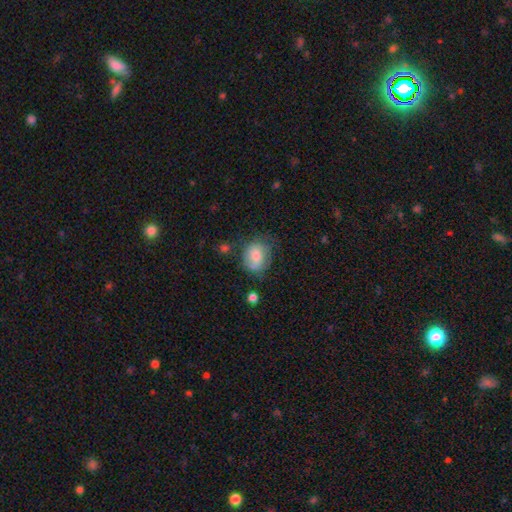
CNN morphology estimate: Q: Smooth or featured?
A: smooth (69%); runner-up: featured or disk (22%)
Q: How rounded?
A: in between (55%); runner-up: round (44%)
Q: Merging?
A: none (49%); runner-up: minor disturbance (31%)